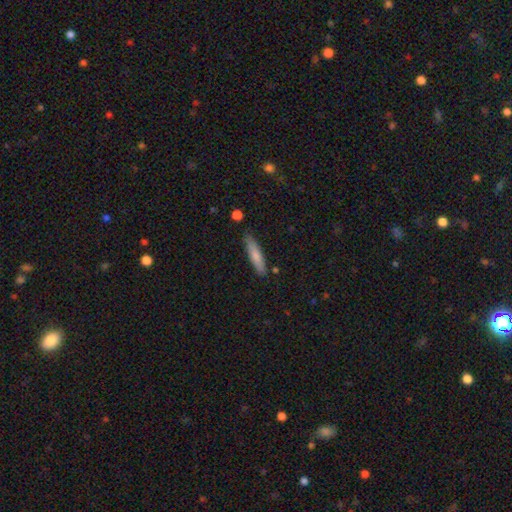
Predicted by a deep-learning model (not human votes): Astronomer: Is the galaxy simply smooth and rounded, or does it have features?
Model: smooth — 76%.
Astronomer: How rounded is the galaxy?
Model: cigar-shaped — 84%.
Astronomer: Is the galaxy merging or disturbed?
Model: none — 83%.